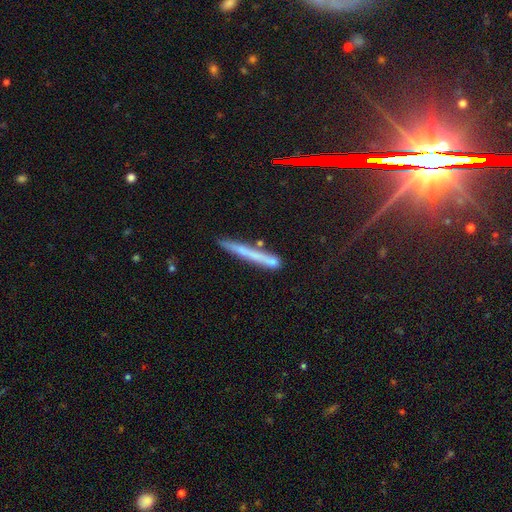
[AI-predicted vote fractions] The model was most divided on "smooth or featured": smooth: 55%, featured or disk: 36%, star or artifact: 9%. More confident: how rounded — cigar-shaped (96%); merging — none (75%).